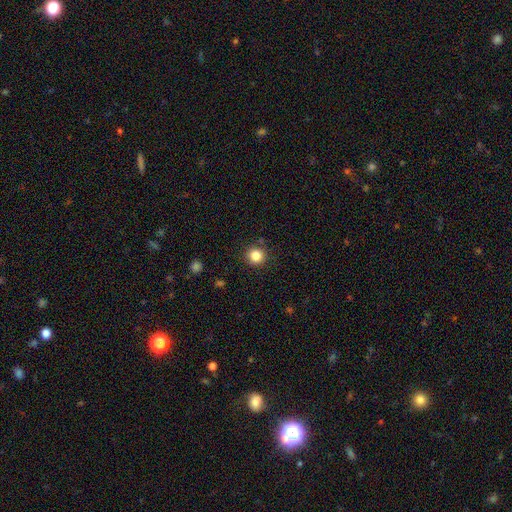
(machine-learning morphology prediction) smooth-or-featured: smooth: 84% | star or artifact: 11% | featured or disk: 4%
  how-rounded: round: 94% | in between: 6% | cigar-shaped: 1%
  merging: none: 89% | minor disturbance: 7% | major disturbance: 2% | merger: 2%